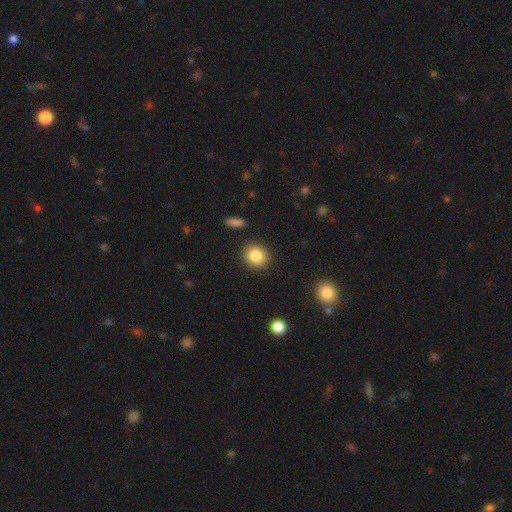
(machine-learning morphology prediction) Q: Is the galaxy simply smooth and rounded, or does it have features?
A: smooth — 86%.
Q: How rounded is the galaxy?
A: round — 74%.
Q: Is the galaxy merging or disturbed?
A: none — 88%.